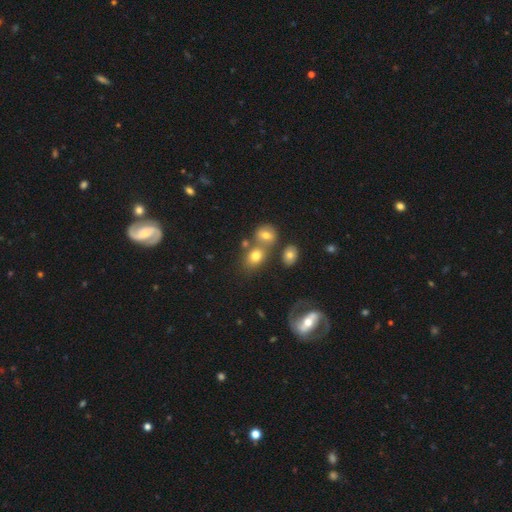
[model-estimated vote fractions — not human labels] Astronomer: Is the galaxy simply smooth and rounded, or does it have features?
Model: smooth — 70%.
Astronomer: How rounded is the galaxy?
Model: in between — 62%.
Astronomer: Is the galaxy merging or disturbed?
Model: none — 47% (runner-up: merger, 36%).